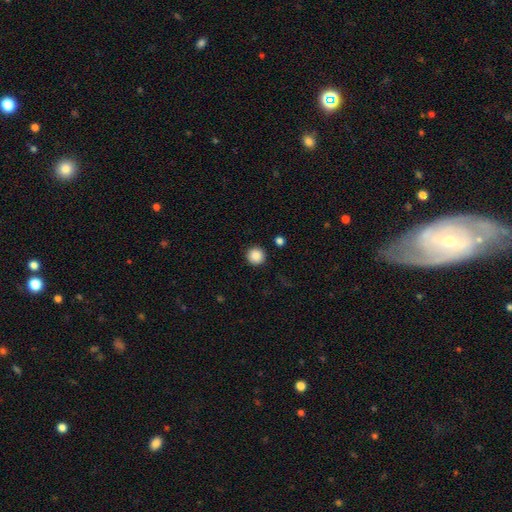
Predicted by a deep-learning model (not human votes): smooth 88%, star or artifact 9%, featured or disk 3%. Down the decision tree: how rounded — round (95%); merging — none (91%).